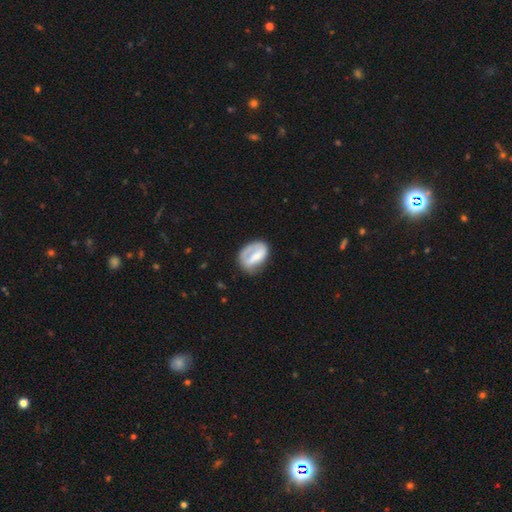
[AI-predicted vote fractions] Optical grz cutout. It shows a smooth galaxy with no disk features (53%) that is in between round and cigar-shaped (77%). Merging: none (50%).